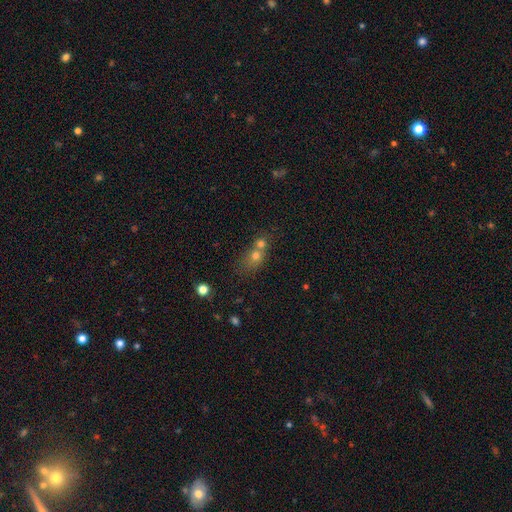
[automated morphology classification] smooth 64%, featured or disk 18%, star or artifact 18%. Down the decision tree: how rounded — round (61%); merging — merger (60%).